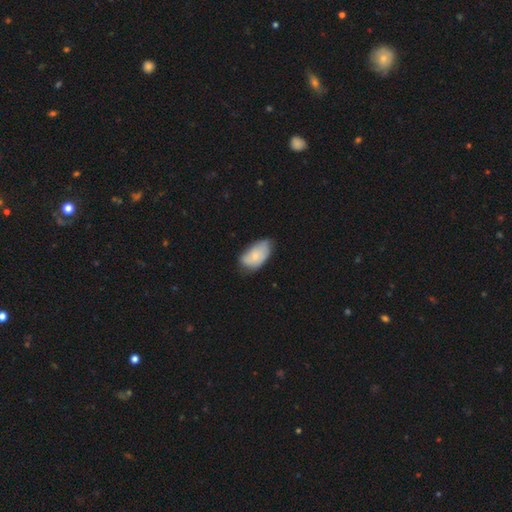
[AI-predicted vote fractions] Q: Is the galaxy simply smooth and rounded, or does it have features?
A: smooth — 69%.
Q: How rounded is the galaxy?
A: in between — 94%.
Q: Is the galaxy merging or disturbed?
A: none — 51%.